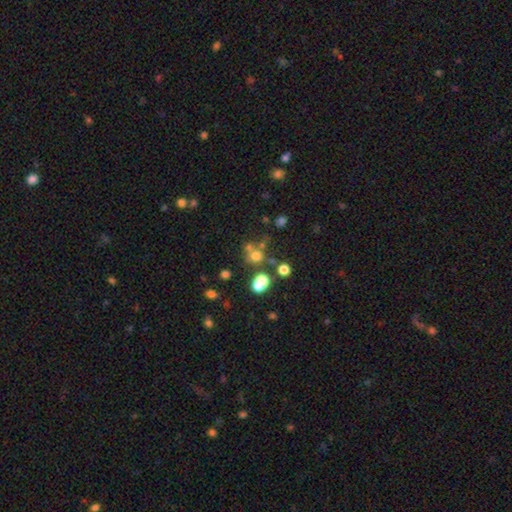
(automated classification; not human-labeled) Smooth or featured?
  - smooth: 62% *
  - star or artifact: 24%
  - featured or disk: 14%
How rounded?
  - round: 86% *
  - in between: 13%
  - cigar-shaped: 1%
Merging?
  - none: 57% *
  - merger: 28%
  - minor disturbance: 9%
  - major disturbance: 6%